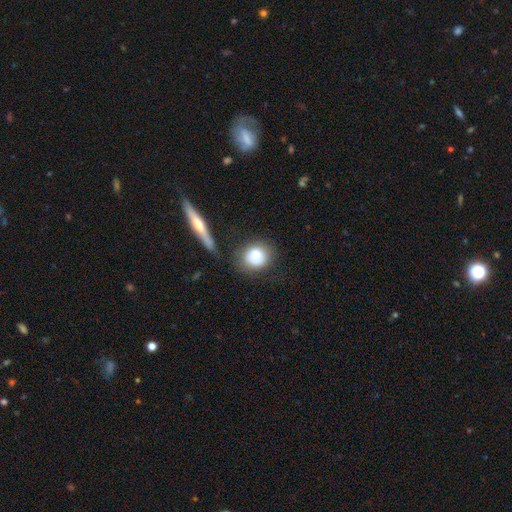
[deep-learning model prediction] smooth 71%, featured or disk 21%, star or artifact 8%. Down the decision tree: how rounded — round (80%); merging — none (66%).